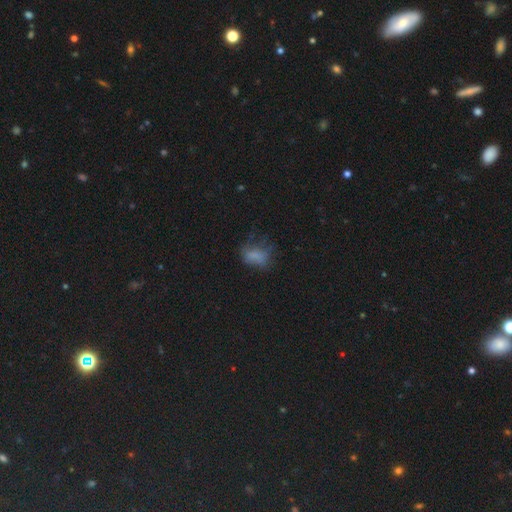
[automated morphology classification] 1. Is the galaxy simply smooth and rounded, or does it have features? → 66% smooth, 17% star or artifact, 17% featured or disk.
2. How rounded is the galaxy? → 74% in between, 23% round, 2% cigar-shaped.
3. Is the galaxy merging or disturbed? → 42% none, 29% major disturbance, 27% minor disturbance, 3% merger.